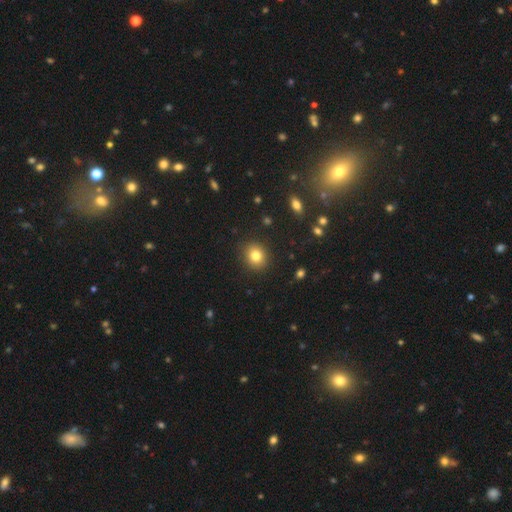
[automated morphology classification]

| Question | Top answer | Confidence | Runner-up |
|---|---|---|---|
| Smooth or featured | smooth | 81% | star or artifact (11%) |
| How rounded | round | 75% | in between (24%) |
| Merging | none | 89% | minor disturbance (7%) |